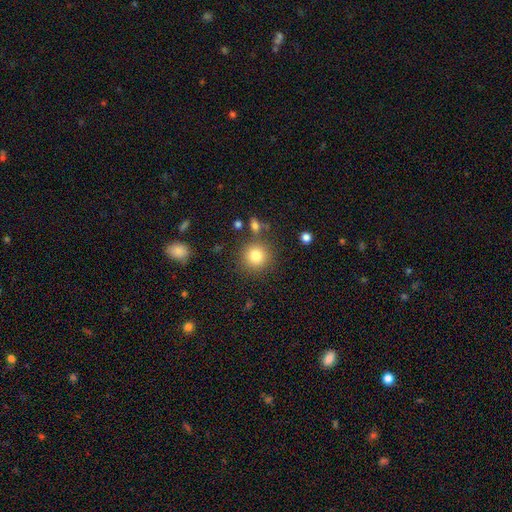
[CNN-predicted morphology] type=smooth (82%); roundness=round (93%); merging=none (81%).